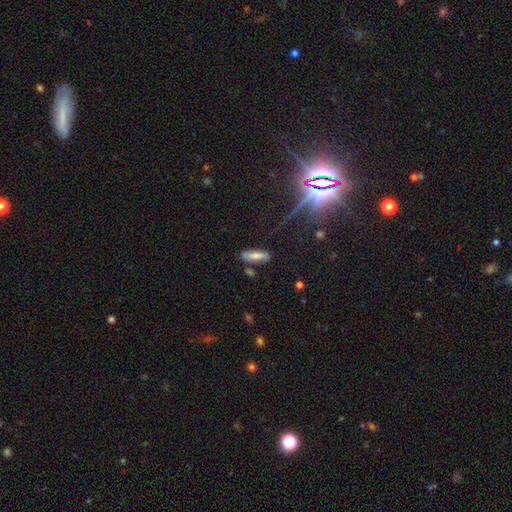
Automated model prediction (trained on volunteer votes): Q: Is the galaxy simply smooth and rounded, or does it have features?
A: smooth — 68%.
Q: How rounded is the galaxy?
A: cigar-shaped — 56%.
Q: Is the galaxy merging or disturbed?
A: none — 78%.